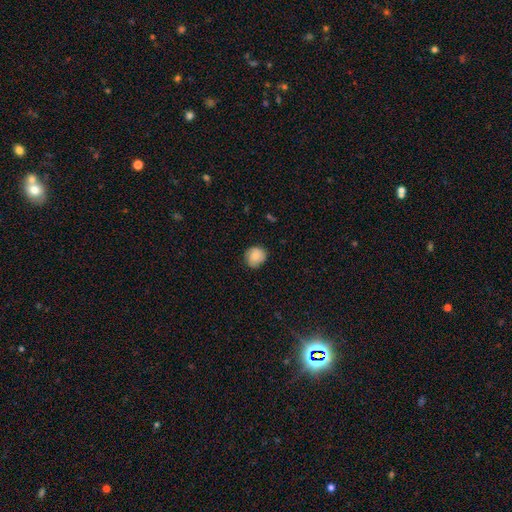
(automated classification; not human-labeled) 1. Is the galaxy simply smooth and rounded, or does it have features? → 83% smooth, 9% featured or disk, 8% star or artifact.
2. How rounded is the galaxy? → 86% round, 13% in between, 1% cigar-shaped.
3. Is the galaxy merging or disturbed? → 82% none, 15% minor disturbance, 3% major disturbance, 1% merger.